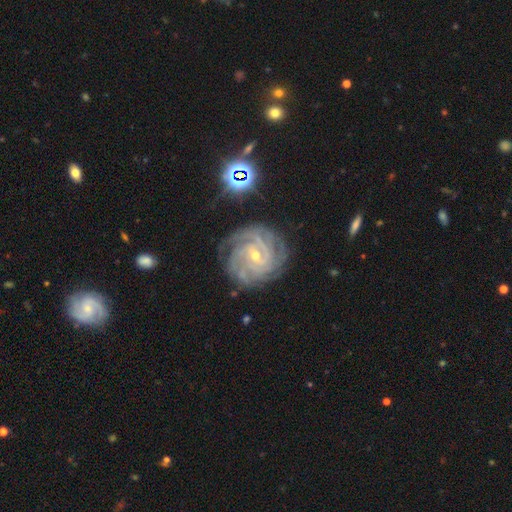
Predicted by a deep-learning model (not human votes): The model was most divided on "bar": weak: 43%, no: 41%, strong: 15%. Remaining: spiral arms — yes (98%); edge-on disk — no (98%); smooth or featured — featured or disk (90%); merging — none (77%); spiral winding — tight (77%); bulge size — small (66%); spiral arm count — 4 (35%).